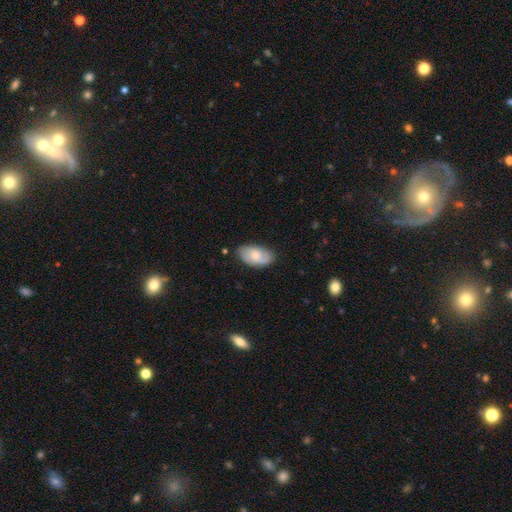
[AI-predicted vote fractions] Smooth or featured: smooth — 53% (featured or disk — 40%)
How rounded: in between — 93% (round — 4%)
Merging: none — 73% (minor disturbance — 21%)